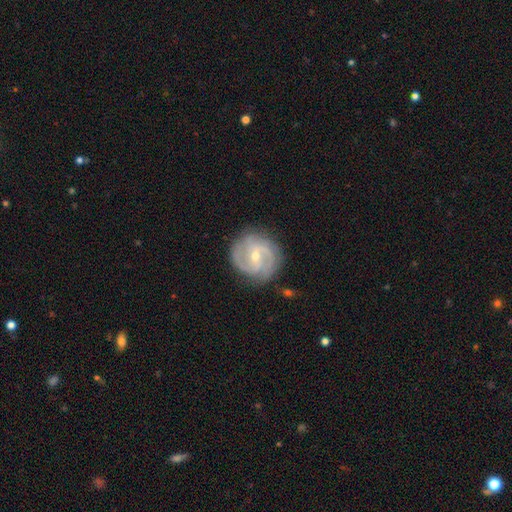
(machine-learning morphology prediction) Smooth or featured? Predicted: featured or disk (p=0.87). Edge-on disk? Predicted: no (p=0.97). Bar? Predicted: weak (p=0.46). Spiral arms? Predicted: yes (p=0.97). Spiral winding? Predicted: tight (p=0.48). Spiral arm count? Predicted: 2 (p=0.55). Bulge size? Predicted: small (p=0.61). Merging? Predicted: none (p=0.80).